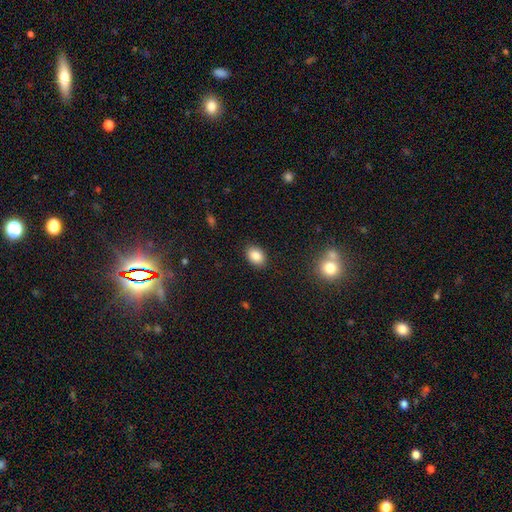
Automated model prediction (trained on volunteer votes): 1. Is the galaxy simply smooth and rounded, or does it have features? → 85% smooth, 9% star or artifact, 5% featured or disk.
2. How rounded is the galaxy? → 76% in between, 23% round, 1% cigar-shaped.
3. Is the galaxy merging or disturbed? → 88% none, 9% minor disturbance, 3% major disturbance, 1% merger.